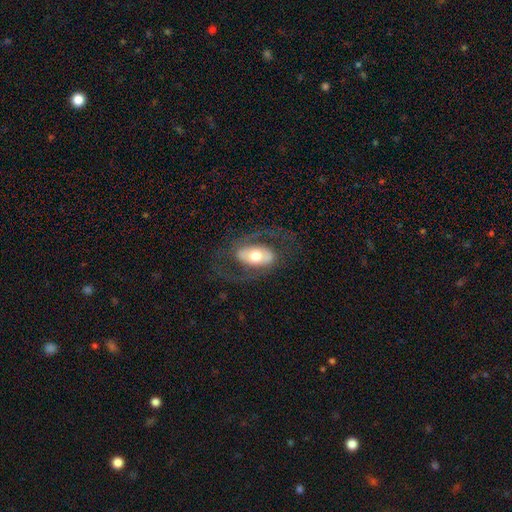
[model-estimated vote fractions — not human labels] This is likely a featured or disk galaxy (66%). It is clearly not viewed edge-on (92%). Bar: possibly no (52%). Spiral arm pattern: likely yes (65%). Central bulge: likely moderate (65%). Merging: likely none (68%).